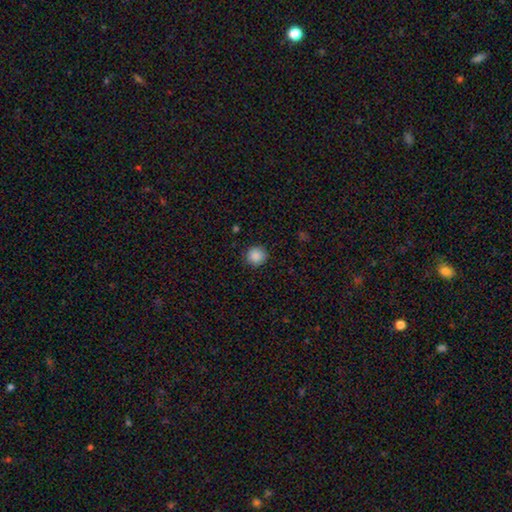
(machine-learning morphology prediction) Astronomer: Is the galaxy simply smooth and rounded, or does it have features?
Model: smooth — 88%.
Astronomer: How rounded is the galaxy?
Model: round — 94%.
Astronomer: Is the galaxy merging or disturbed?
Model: none — 91%.